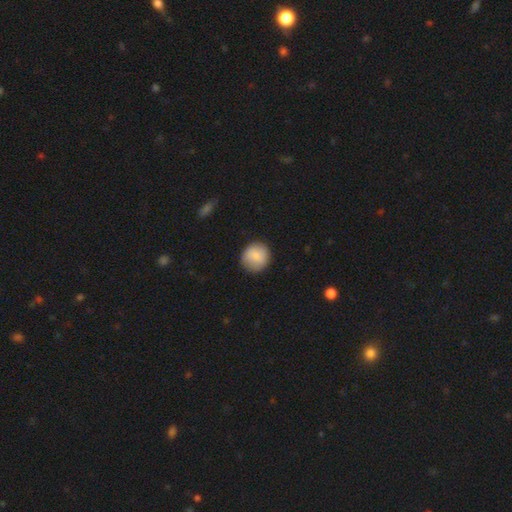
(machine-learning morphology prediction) smooth-or-featured: smooth: 87% | star or artifact: 7% | featured or disk: 6%
  how-rounded: round: 91% | in between: 8% | cigar-shaped: 1%
  merging: none: 87% | minor disturbance: 10% | major disturbance: 2% | merger: 1%